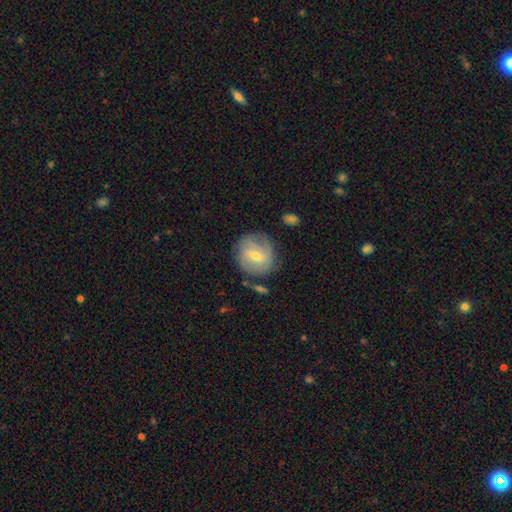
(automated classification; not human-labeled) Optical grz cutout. It shows a featured or disk galaxy (61%) with a weak bar (54%), spiral arms (77%) and a small central bulge (52%). Merging: none (70%).